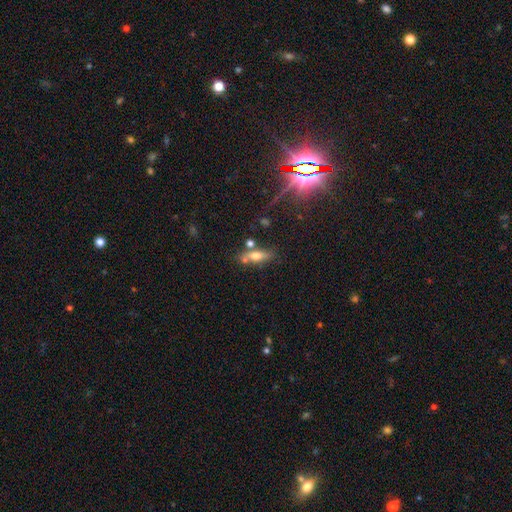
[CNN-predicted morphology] A smooth galaxy with no disk features (54%) that is in between round and cigar-shaped (49%). Merging: none (65%).